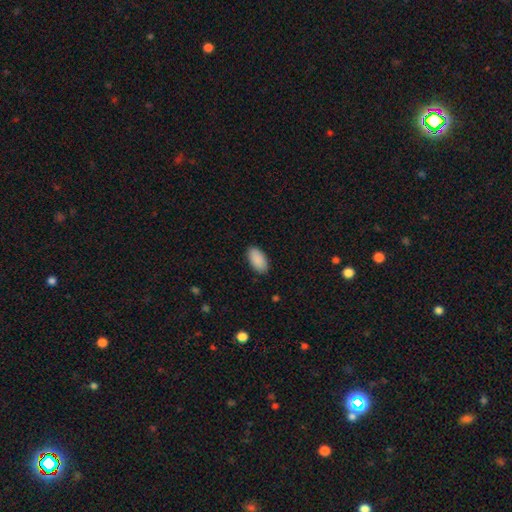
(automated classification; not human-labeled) The model was most divided on "merging": none: 89%, minor disturbance: 8%, major disturbance: 2%, merger: 1%. More confident: how rounded — in between (94%); smooth or featured — smooth (89%).